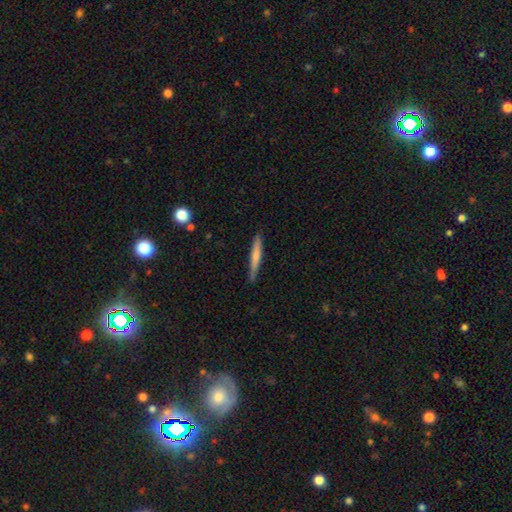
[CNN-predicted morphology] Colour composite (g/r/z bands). It shows a smooth galaxy with no disk features (62%) that is cigar-shaped (94%). Merging: none (85%).